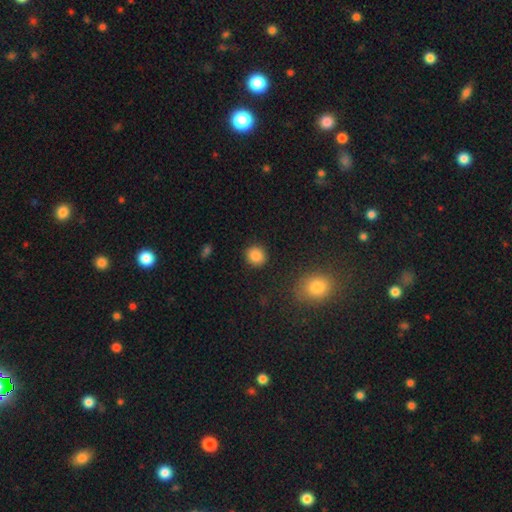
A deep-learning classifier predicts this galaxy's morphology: Smooth or featured? smooth (86%)
How rounded? round (87%)
Merging? none (91%)